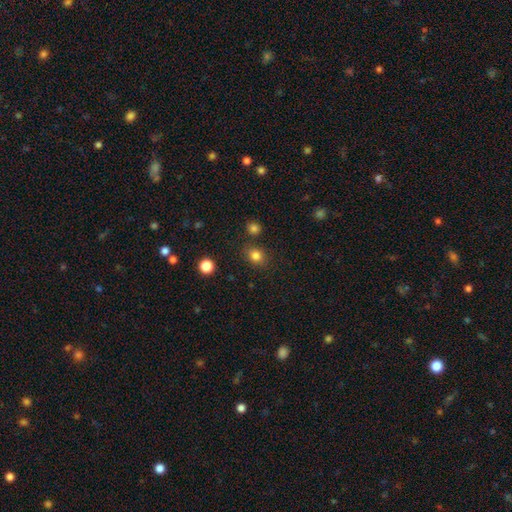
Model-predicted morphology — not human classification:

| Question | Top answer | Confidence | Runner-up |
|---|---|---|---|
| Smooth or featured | smooth | 82% | star or artifact (13%) |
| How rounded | round | 66% | in between (33%) |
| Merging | none | 81% | minor disturbance (10%) |